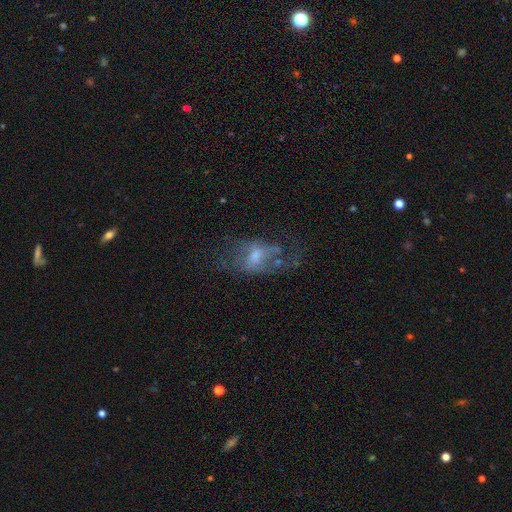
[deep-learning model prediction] Smooth or featured? Predicted: featured or disk (p=0.62). Edge-on disk? Predicted: no (p=0.93). Bar? Predicted: no (p=0.53). Spiral arms? Predicted: yes (p=0.55). Bulge size? Predicted: moderate (p=0.46). Merging? Predicted: none (p=0.44).